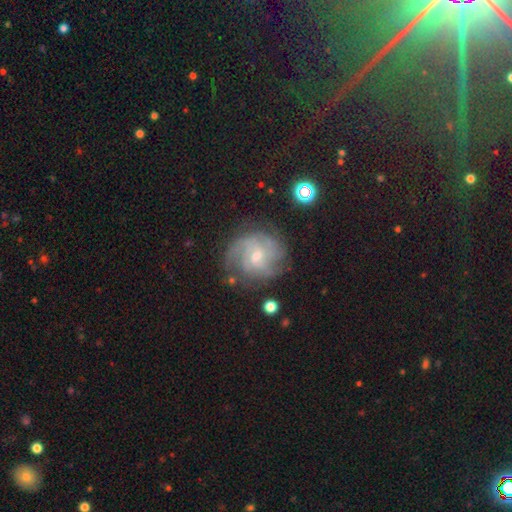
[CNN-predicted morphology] A featured or disk galaxy (82%) with no bar (52%), tight (55%) spiral arms (95%) and a small central bulge (61%). Merging: none (73%).